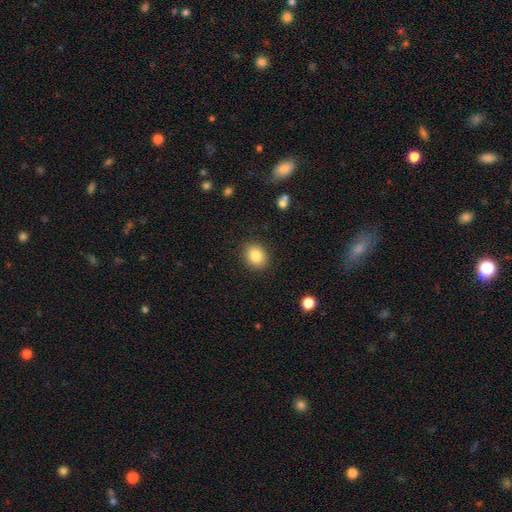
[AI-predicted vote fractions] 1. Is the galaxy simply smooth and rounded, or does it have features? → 84% smooth, 9% star or artifact, 7% featured or disk.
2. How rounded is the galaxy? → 55% round, 45% in between, 1% cigar-shaped.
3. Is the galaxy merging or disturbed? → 89% none, 8% minor disturbance, 2% major disturbance, 1% merger.